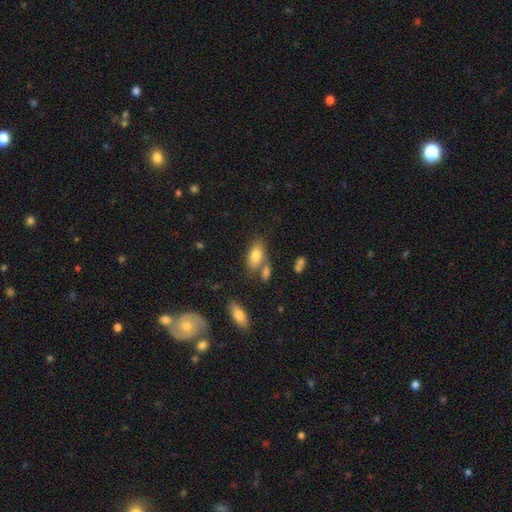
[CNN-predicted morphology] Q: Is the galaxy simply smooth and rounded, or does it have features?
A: smooth — 79%.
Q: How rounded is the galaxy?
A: in between — 89%.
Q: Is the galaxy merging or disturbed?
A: none — 57%.